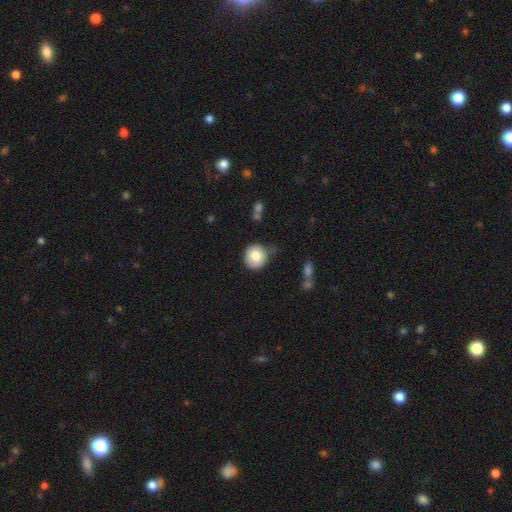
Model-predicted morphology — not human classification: A smooth galaxy with no disk features (79%) that is round (88%).

Vote fractions:
- Smooth or featured? smooth: 79% / featured or disk: 12% / star or artifact: 9%
- How rounded? round: 88% / in between: 11% / cigar-shaped: 1%
- Merging? none: 73% / minor disturbance: 19% / major disturbance: 5% / merger: 4%